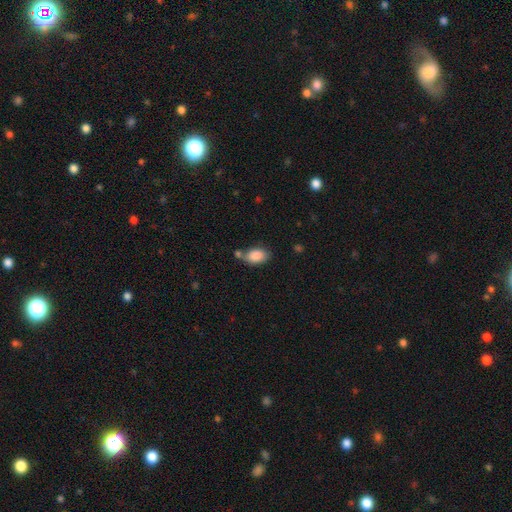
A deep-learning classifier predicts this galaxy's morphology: smooth 87%, star or artifact 7%, featured or disk 6%. Down the decision tree: how rounded — in between (89%); merging — none (55%).